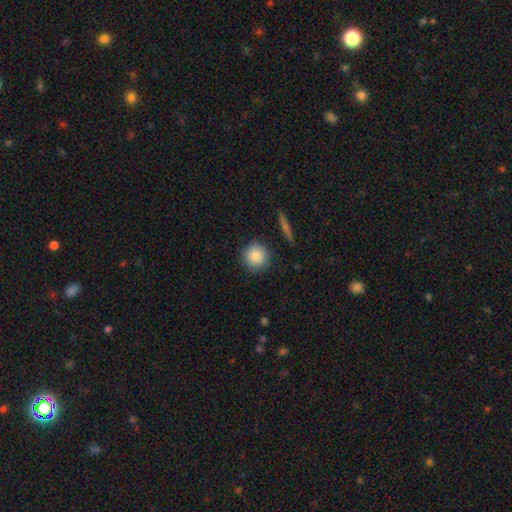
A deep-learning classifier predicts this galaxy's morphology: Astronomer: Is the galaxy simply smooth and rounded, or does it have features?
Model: smooth — 87%.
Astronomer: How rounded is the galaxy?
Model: round — 93%.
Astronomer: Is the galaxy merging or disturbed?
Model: none — 88%.